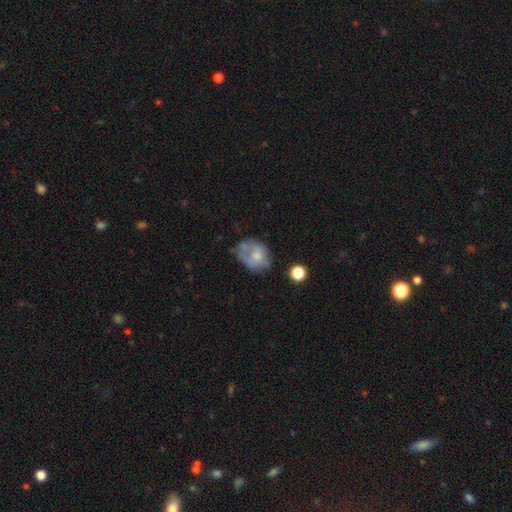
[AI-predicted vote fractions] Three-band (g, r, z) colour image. It shows a smooth galaxy with no disk features (50%) that is in between round and cigar-shaped (57%). Merging: none (40%).